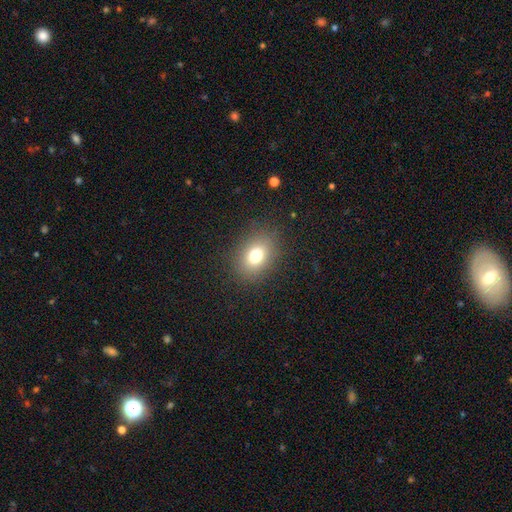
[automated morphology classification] This is likely a smooth galaxy (76%). How rounded: likely in between (63%). Merging: clearly none (86%).